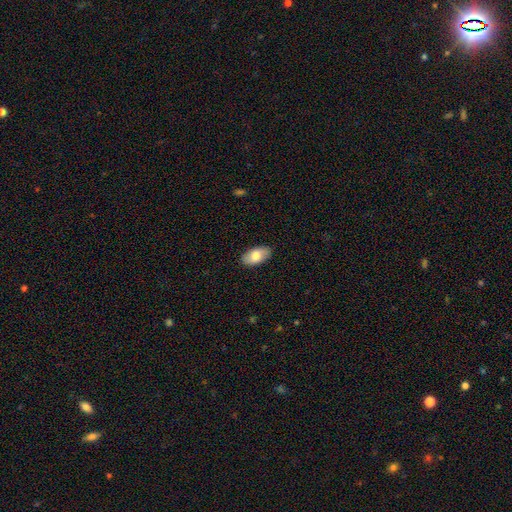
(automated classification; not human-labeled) This appears to be a smooth galaxy with no disk features (77%) that is in between round and cigar-shaped (94%). Merging: none (88%).